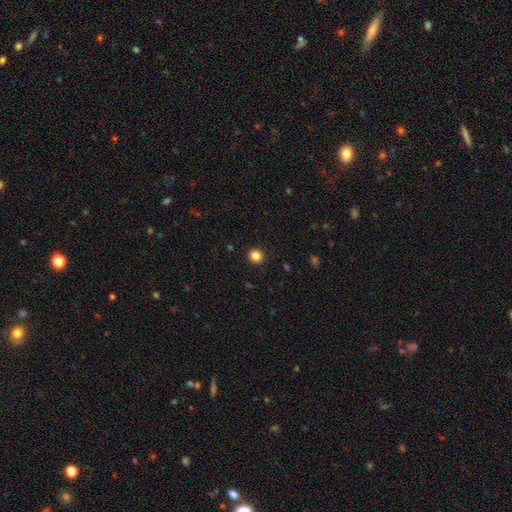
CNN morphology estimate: This is clearly a smooth galaxy (85%). How rounded: clearly round (91%). Merging: clearly none (93%).